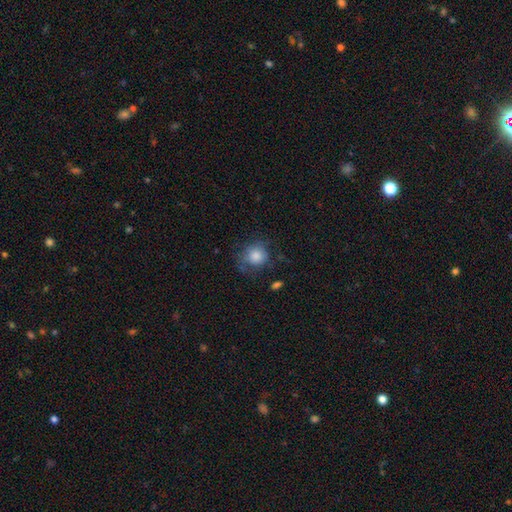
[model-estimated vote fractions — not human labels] Smooth or featured? smooth (76%)
How rounded? round (84%)
Merging? none (62%)